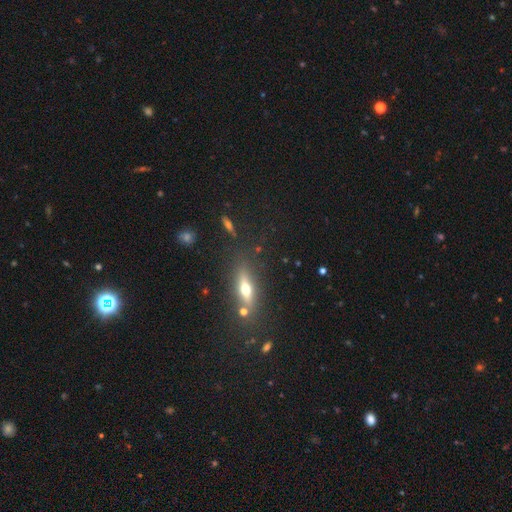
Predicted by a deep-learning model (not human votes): Q: Smooth or featured?
A: smooth (44%); runner-up: star or artifact (32%)
Q: Merging?
A: none (59%); runner-up: merger (15%)